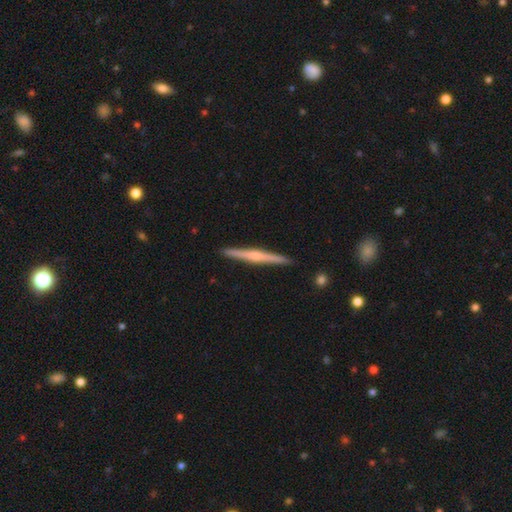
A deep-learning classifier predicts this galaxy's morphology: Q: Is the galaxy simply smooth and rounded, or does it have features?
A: featured or disk — 71%.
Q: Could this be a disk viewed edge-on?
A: yes — 98%.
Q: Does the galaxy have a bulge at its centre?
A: rounded — 67%.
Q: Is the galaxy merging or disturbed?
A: none — 92%.